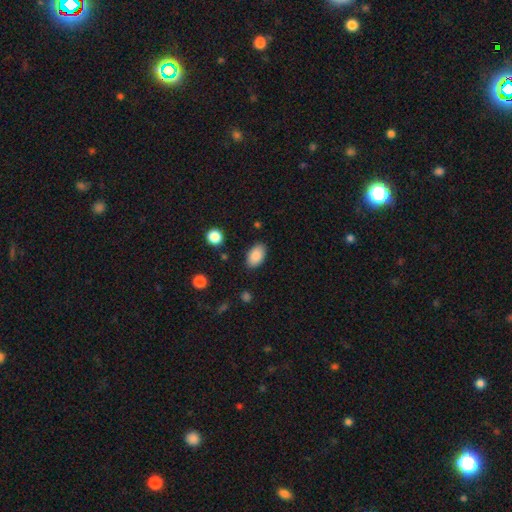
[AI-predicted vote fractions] smooth-or-featured: smooth: 87% | star or artifact: 7% | featured or disk: 5%
  how-rounded: in between: 91% | round: 7% | cigar-shaped: 1%
  merging: none: 85% | minor disturbance: 11% | major disturbance: 3% | merger: 1%